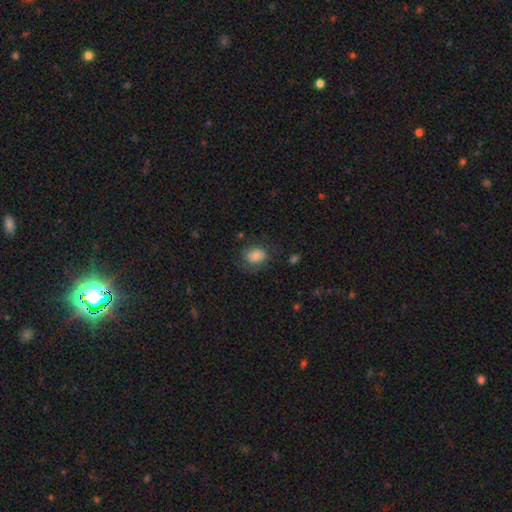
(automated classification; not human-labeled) A smooth galaxy with no disk features (79%) that is in between round and cigar-shaped (56%).

Vote fractions:
- Smooth or featured? smooth: 79% / featured or disk: 11% / star or artifact: 10%
- How rounded? in between: 56% / round: 43% / cigar-shaped: 1%
- Merging? none: 69% / minor disturbance: 20% / major disturbance: 10% / merger: 2%